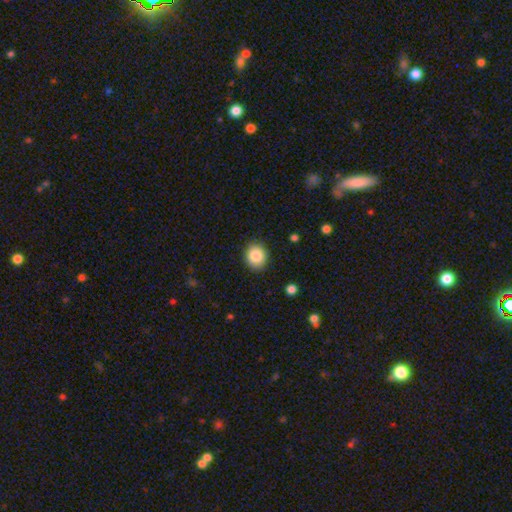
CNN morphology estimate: Smooth or featured: smooth — 86% (star or artifact — 9%)
How rounded: round — 73% (in between — 26%)
Merging: none — 88% (minor disturbance — 8%)